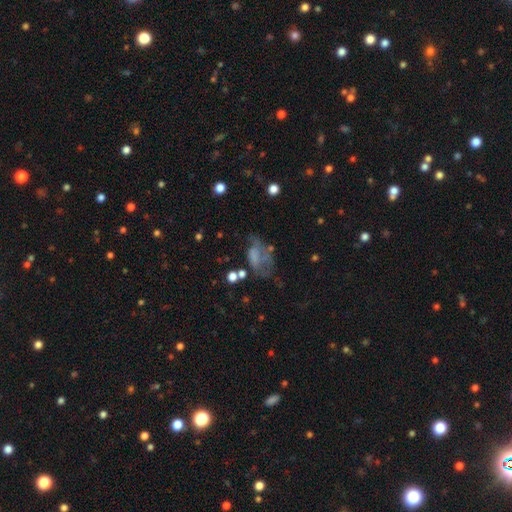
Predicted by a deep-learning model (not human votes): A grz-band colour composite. It shows a featured or disk galaxy (44%). Merging: major disturbance (41%).